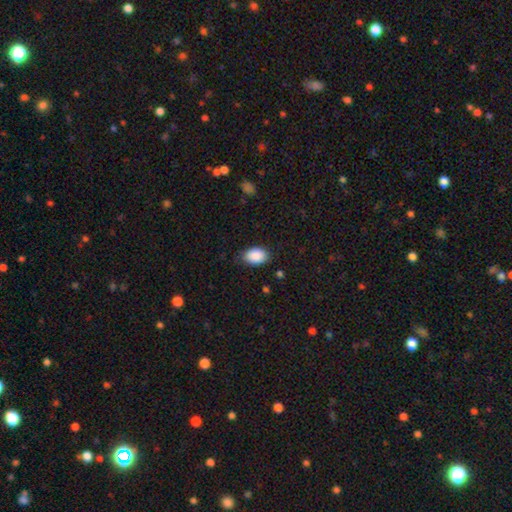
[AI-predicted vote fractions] Morphology: type=smooth (90%); roundness=in between (88%); merging=none (82%).